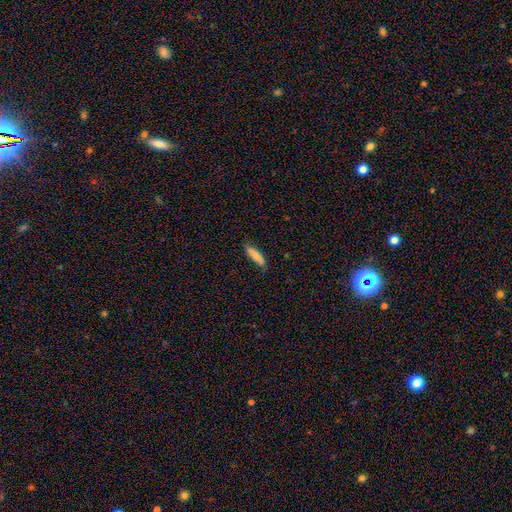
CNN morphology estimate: type=smooth (84%); roundness=cigar-shaped (69%); merging=none (81%).